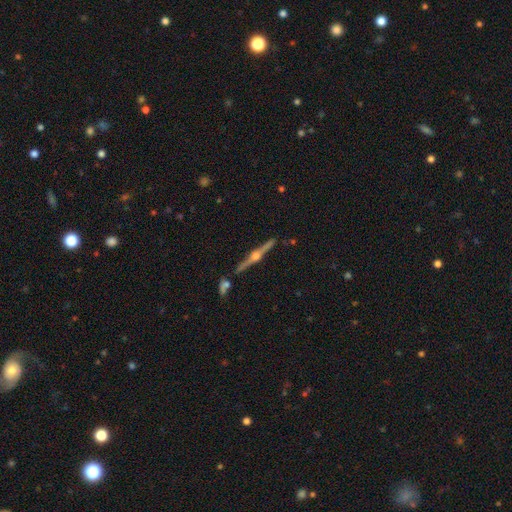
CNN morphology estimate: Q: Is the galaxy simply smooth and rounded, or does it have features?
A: featured or disk — 88%.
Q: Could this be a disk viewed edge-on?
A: yes — 98%.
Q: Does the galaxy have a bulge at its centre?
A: rounded — 93%.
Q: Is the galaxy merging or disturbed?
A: none — 86%.